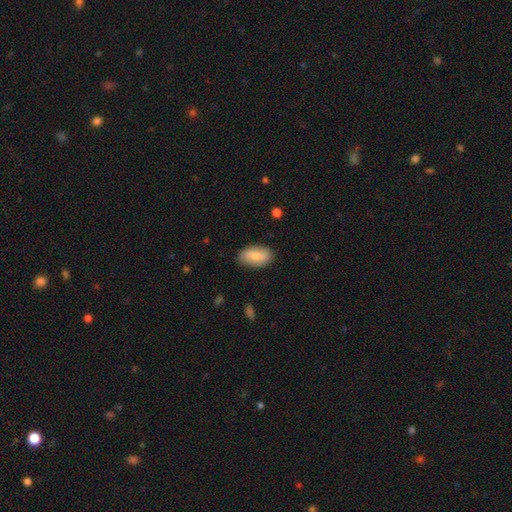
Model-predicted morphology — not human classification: smooth_or_featured: smooth (p=0.75) [alt: featured or disk p=0.19]
how_rounded: in between (p=0.94) [alt: round p=0.04]
merging: none (p=0.85) [alt: minor disturbance p=0.12]